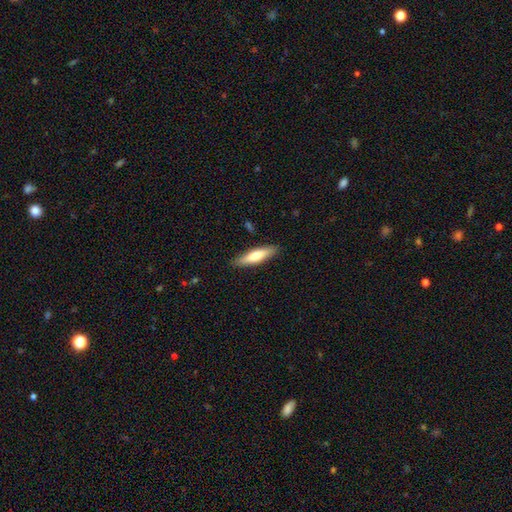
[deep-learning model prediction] smooth_or_featured: smooth (p=0.66) [alt: featured or disk p=0.28]
how_rounded: cigar-shaped (p=0.72) [alt: in between p=0.27]
merging: none (p=0.88) [alt: minor disturbance p=0.09]